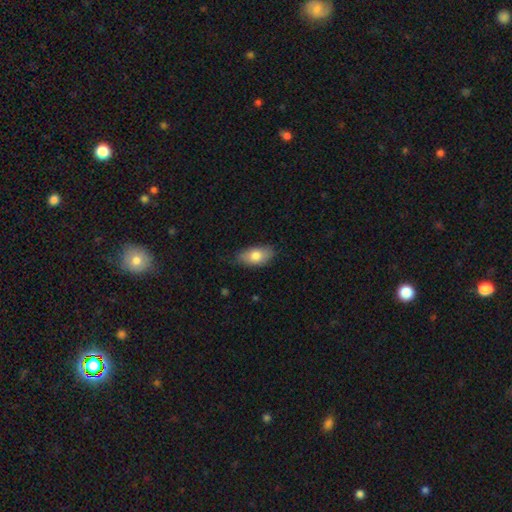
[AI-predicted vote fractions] Smooth or featured?
  - smooth: 77% *
  - featured or disk: 17%
  - star or artifact: 7%
How rounded?
  - in between: 91% *
  - round: 5%
  - cigar-shaped: 4%
Merging?
  - none: 75% *
  - minor disturbance: 21%
  - major disturbance: 4%
  - merger: 1%